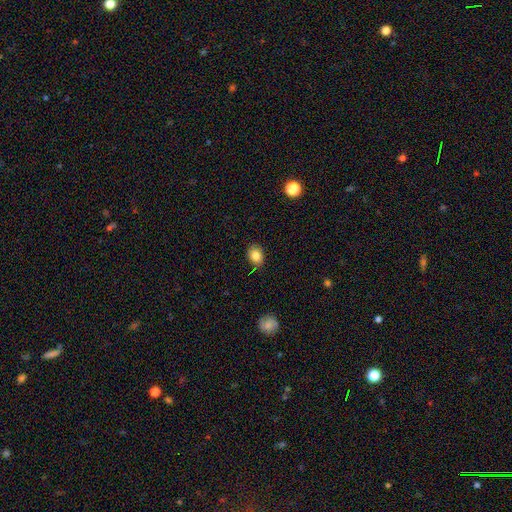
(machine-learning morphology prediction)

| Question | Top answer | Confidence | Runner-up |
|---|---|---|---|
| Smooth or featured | smooth | 84% | star or artifact (9%) |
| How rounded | in between | 60% | round (39%) |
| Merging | none | 81% | minor disturbance (15%) |